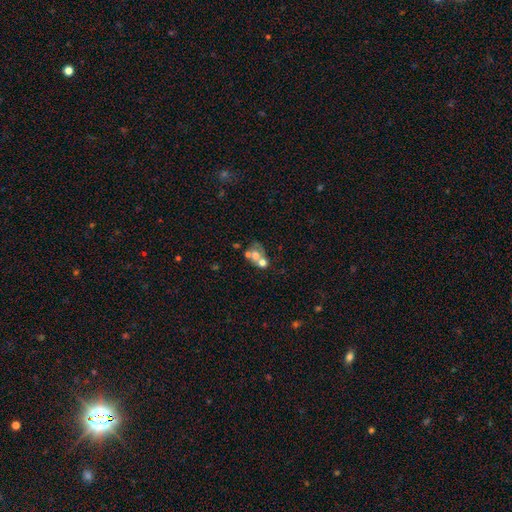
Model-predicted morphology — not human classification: Overall: smooth (49%; featured or disk 37%). Merging: merger (56%; none 26%).